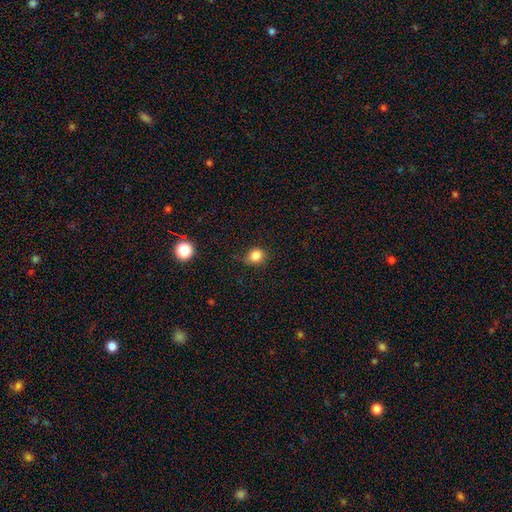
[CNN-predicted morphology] Smooth or featured? smooth (83%)
How rounded? round (75%)
Merging? none (74%)